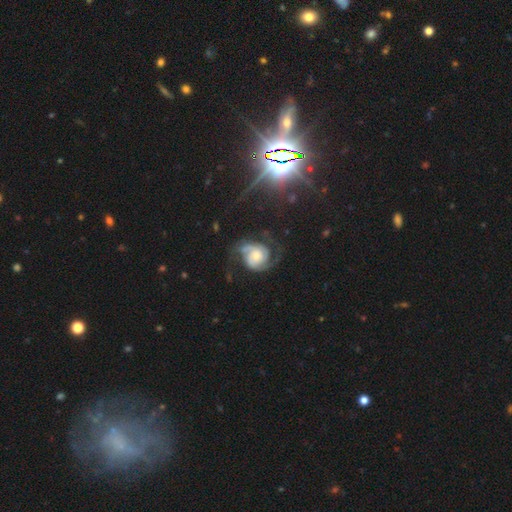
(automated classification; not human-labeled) A featured or disk galaxy (83%) with no bar (70%), 2 (75%) medium (43%) spiral arms (96%) and a moderate central bulge (42%).

Vote fractions:
- Smooth or featured? featured or disk: 83% / smooth: 11% / star or artifact: 6%
- Edge-on disk? no: 98% / yes: 2%
- Bar? no: 70% / weak: 24% / strong: 5%
- Spiral arms? yes: 96% / no: 4%
- Spiral winding? medium: 43% / tight: 39% / loose: 18%
- Spiral arm count? 2: 75% / 3: 9% / can't tell: 8% / 1: 4% / 4: 2% / more than 4: 2%
- Bulge size? moderate: 42% / small: 36% / large: 13% / none: 6% / dominant: 3%
- Merging? none: 59% / minor disturbance: 21% / major disturbance: 18% / merger: 2%